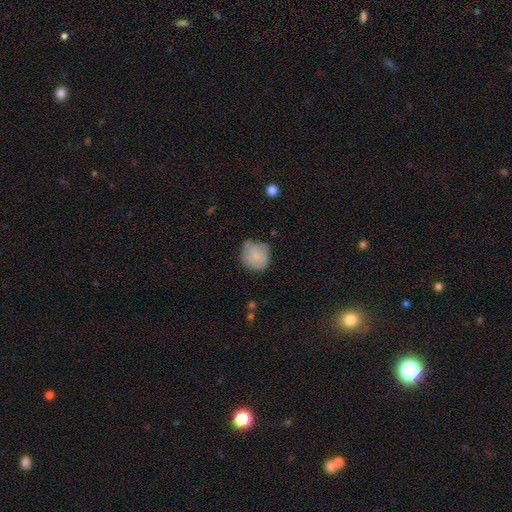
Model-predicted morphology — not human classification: Smooth or featured? smooth (78%)
How rounded? round (84%)
Merging? none (54%)